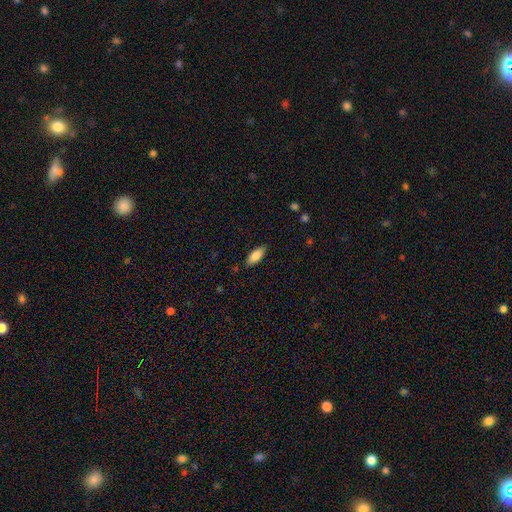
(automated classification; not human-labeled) This appears to be a smooth galaxy with no disk features (86%) that is in between round and cigar-shaped (83%). Merging: none (84%).